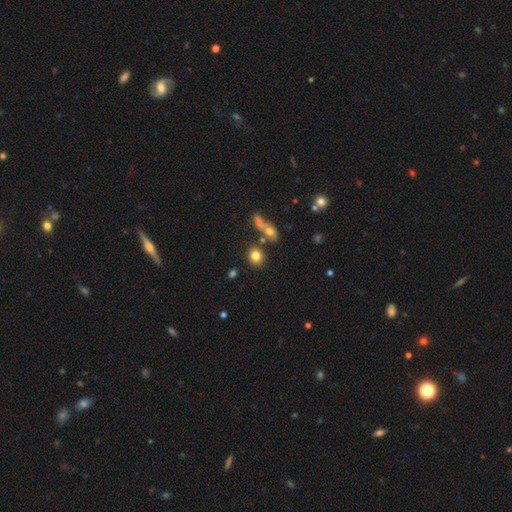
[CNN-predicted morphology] smooth_or_featured: smooth (p=0.79) [alt: star or artifact p=0.11]
how_rounded: round (p=0.68) [alt: in between p=0.30]
merging: none (p=0.71) [alt: merger p=0.14]